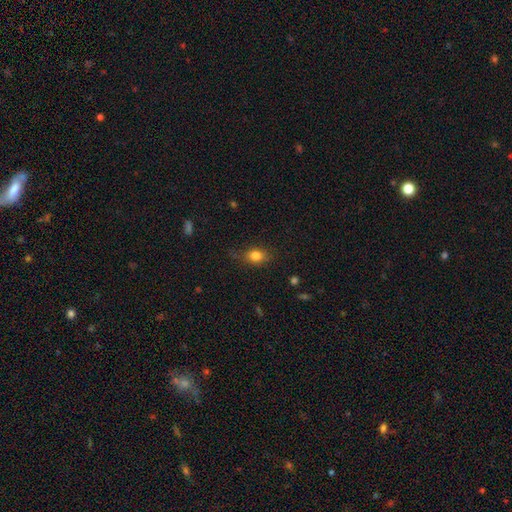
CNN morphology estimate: This appears to be a smooth galaxy with no disk features (81%) that is in between round and cigar-shaped (61%). Merging: none (71%).